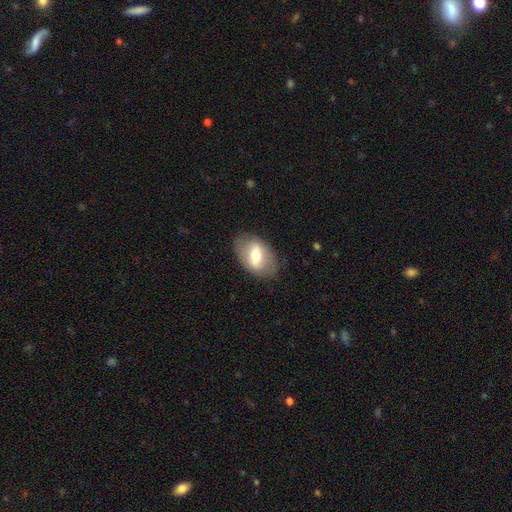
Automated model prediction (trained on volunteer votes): Smooth or featured: smooth — 53% (featured or disk — 40%)
How rounded: in between — 87% (round — 11%)
Merging: none — 81% (minor disturbance — 13%)